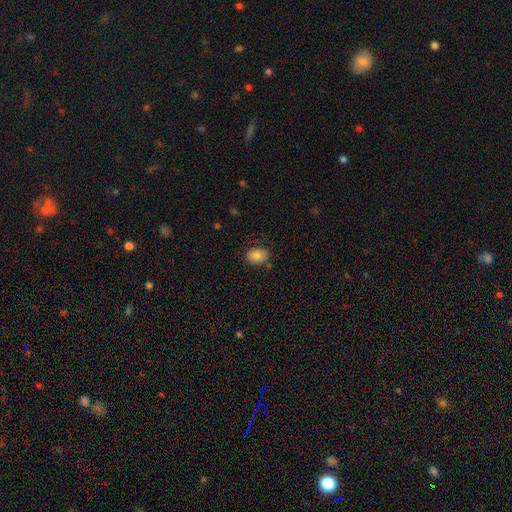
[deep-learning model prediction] Overall: smooth (86%). How rounded: in between (71%). Merging: none (79%).